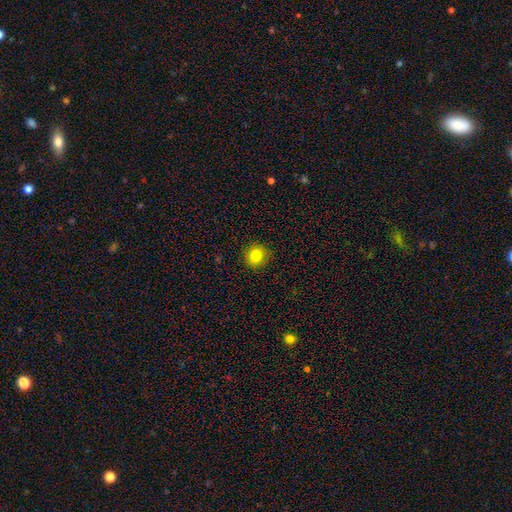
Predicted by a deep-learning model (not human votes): Q: Smooth or featured?
A: smooth (81%); runner-up: star or artifact (11%)
Q: How rounded?
A: round (89%); runner-up: in between (10%)
Q: Merging?
A: none (90%); runner-up: minor disturbance (7%)